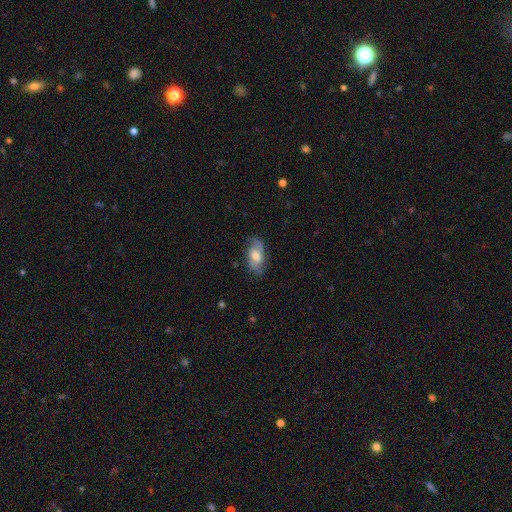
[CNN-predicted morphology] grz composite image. It shows a featured or disk galaxy (51%). Merging: none (71%).